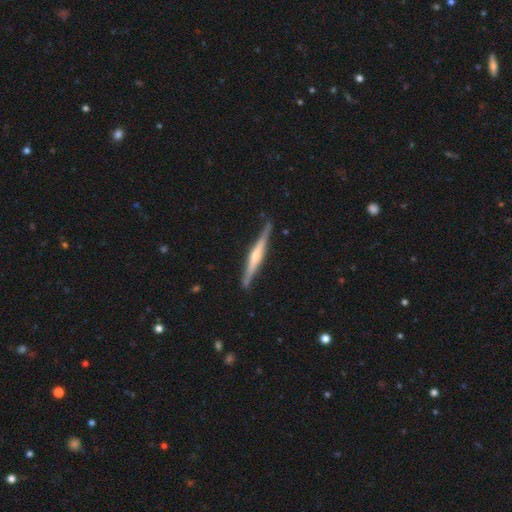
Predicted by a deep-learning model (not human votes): This appears to be a featured or disk galaxy (74%) viewed edge-on (98%) with a rounded central bulge (66%). Merging: none (87%).